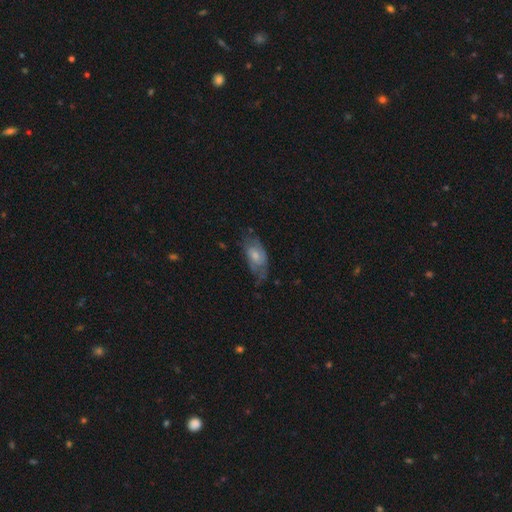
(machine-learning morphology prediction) This is possibly a featured or disk galaxy (51%). It is clearly not viewed edge-on (91%). Merging: possibly none (47%).